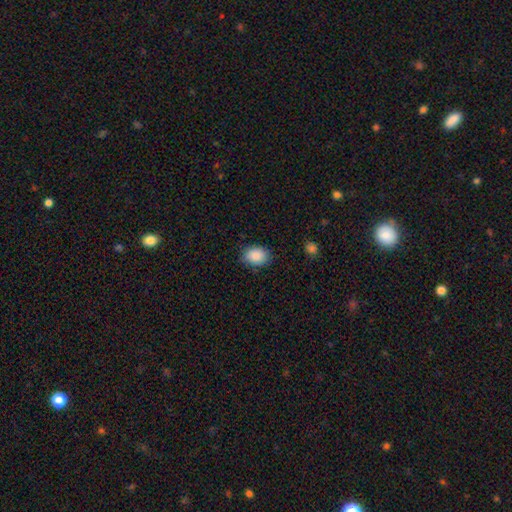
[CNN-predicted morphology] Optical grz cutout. It shows a smooth galaxy with no disk features (89%) that is in between round and cigar-shaped (66%). Merging: none (81%).